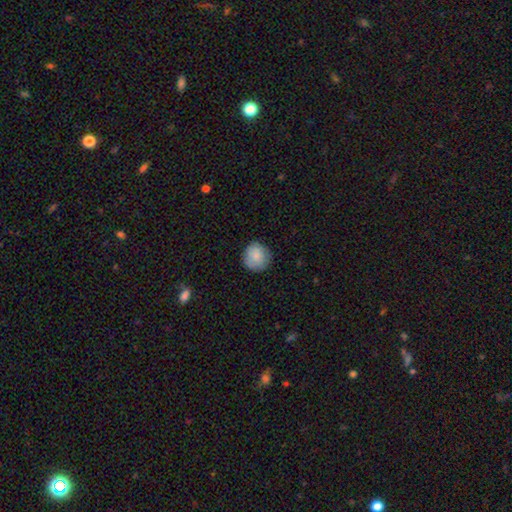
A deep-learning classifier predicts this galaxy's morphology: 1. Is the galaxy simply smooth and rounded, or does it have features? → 85% smooth, 8% featured or disk, 7% star or artifact.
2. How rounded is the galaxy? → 91% round, 8% in between, 1% cigar-shaped.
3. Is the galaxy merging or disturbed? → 83% none, 13% minor disturbance, 3% major disturbance, 1% merger.